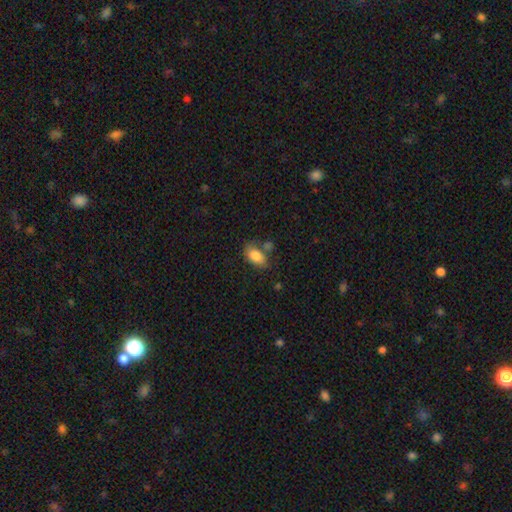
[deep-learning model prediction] Smooth or featured?
  - smooth: 84% *
  - featured or disk: 9%
  - star or artifact: 8%
How rounded?
  - in between: 91% *
  - round: 7%
  - cigar-shaped: 2%
Merging?
  - none: 53% *
  - minor disturbance: 20%
  - merger: 19%
  - major disturbance: 8%